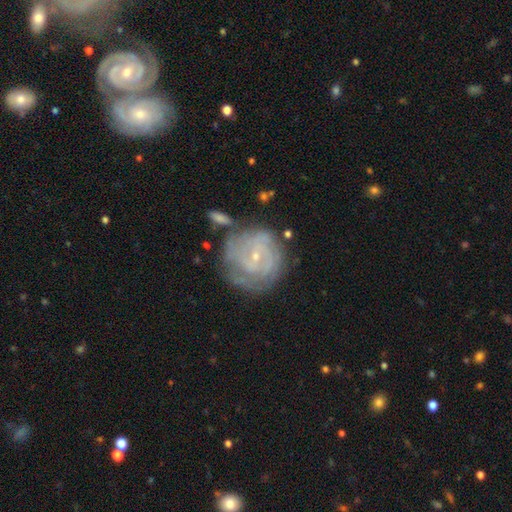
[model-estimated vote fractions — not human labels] This is likely a featured or disk galaxy (80%). It is clearly not viewed edge-on (97%). Bar: possibly no (53%). Spiral arm pattern: clearly yes (90%). Spiral arm count: marginally can't tell (41%). Spiral winding: likely tight (72%). Central bulge: clearly small (82%). Merging: likely none (63%).